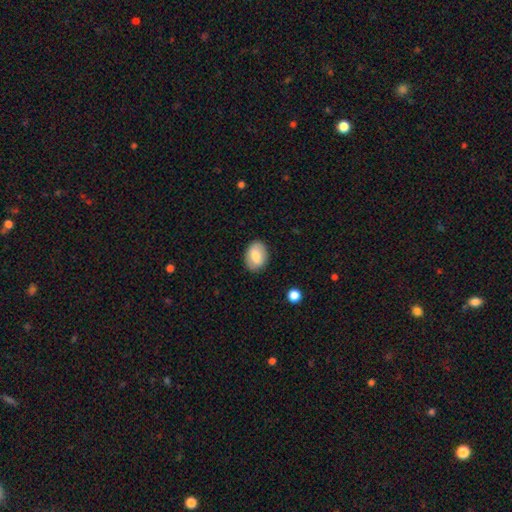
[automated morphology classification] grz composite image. It shows a smooth galaxy with no disk features (78%) that is in between round and cigar-shaped (74%). Merging: none (85%).